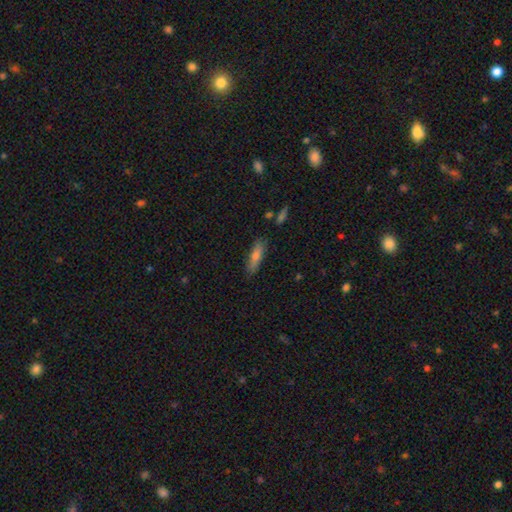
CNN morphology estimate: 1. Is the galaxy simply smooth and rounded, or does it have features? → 68% smooth, 24% featured or disk, 8% star or artifact.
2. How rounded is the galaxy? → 65% cigar-shaped, 33% in between, 2% round.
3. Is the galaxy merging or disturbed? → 82% none, 13% minor disturbance, 3% major disturbance, 2% merger.